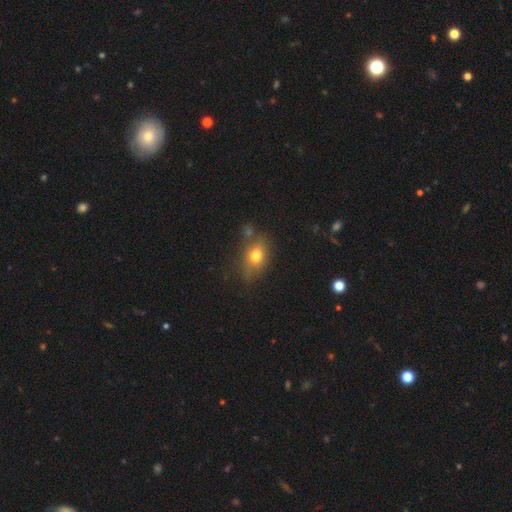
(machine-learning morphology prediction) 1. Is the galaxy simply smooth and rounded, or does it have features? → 72% smooth, 16% featured or disk, 12% star or artifact.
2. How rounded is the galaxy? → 71% in between, 25% round, 3% cigar-shaped.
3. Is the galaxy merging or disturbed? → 65% none, 20% minor disturbance, 9% merger, 7% major disturbance.